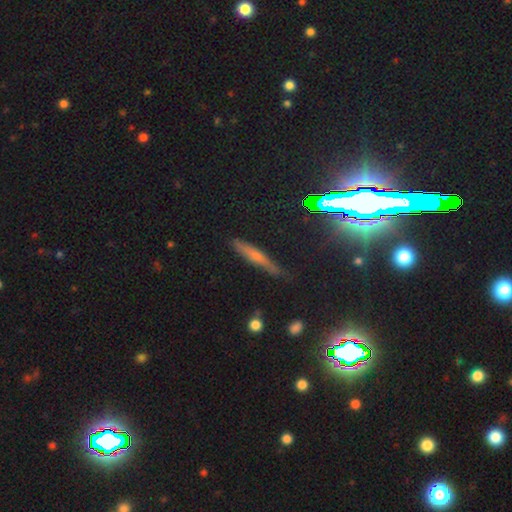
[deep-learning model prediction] smooth 41%, featured or disk 38%, star or artifact 21%. Down the decision tree: merging — none (80%).